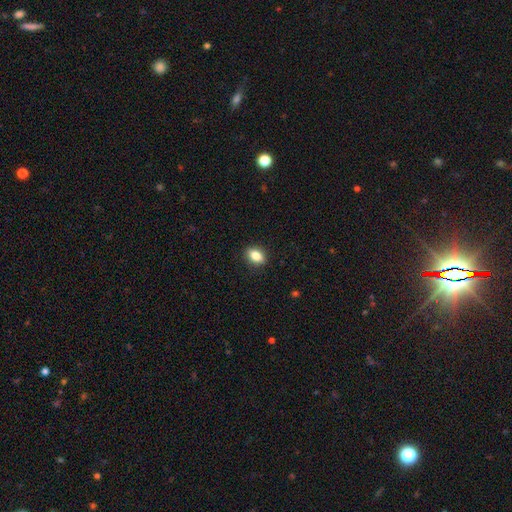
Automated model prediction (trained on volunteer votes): Smooth or featured: smooth — 84% (star or artifact — 9%)
How rounded: in between — 77% (round — 21%)
Merging: none — 89% (minor disturbance — 8%)